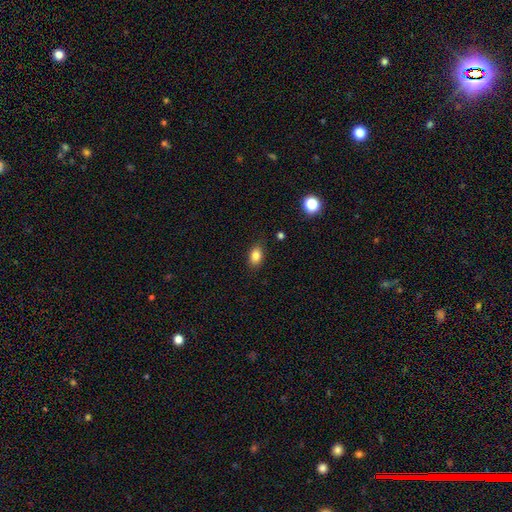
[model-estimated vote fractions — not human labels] Morphology: type=smooth (84%); roundness=in between (78%); merging=none (84%).